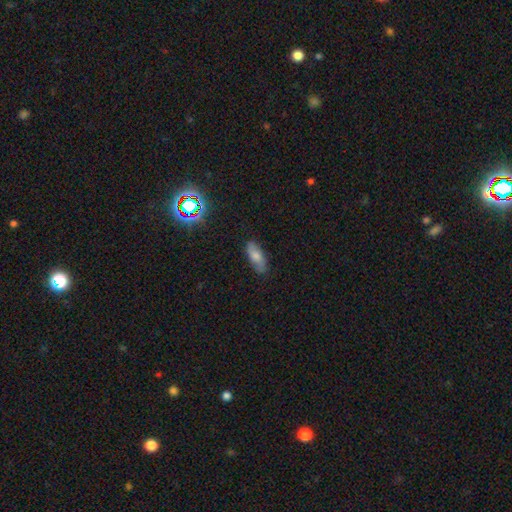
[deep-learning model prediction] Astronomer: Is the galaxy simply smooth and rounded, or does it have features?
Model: smooth — 69%.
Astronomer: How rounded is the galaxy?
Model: in between — 78%.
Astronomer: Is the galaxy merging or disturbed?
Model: none — 82%.